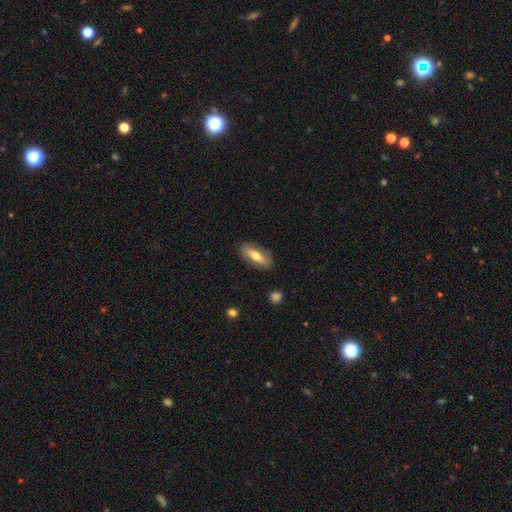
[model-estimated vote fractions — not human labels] Smooth or featured?
  - smooth: 60% *
  - featured or disk: 34%
  - star or artifact: 6%
How rounded?
  - in between: 69% *
  - cigar-shaped: 28%
  - round: 3%
Merging?
  - none: 85% *
  - minor disturbance: 11%
  - major disturbance: 3%
  - merger: 1%